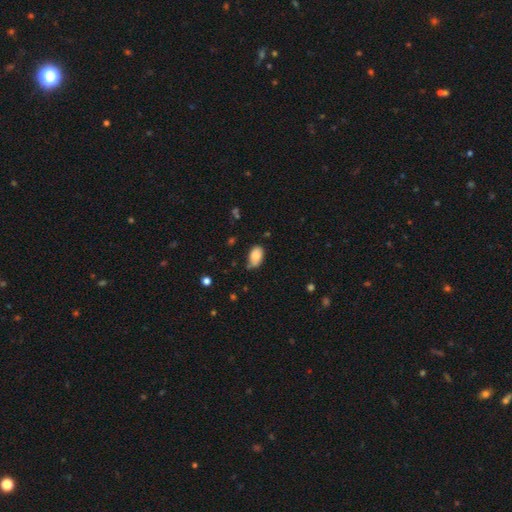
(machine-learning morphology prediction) Overall: smooth (83%). How rounded: in between (89%). Merging: none (53%; minor disturbance 34%).